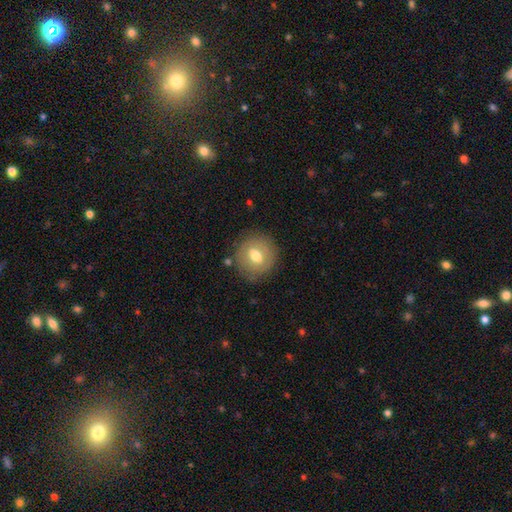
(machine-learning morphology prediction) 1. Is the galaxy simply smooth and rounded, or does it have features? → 63% smooth, 29% featured or disk, 8% star or artifact.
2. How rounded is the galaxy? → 84% round, 15% in between, 1% cigar-shaped.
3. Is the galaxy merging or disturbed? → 82% none, 12% minor disturbance, 4% major disturbance, 2% merger.